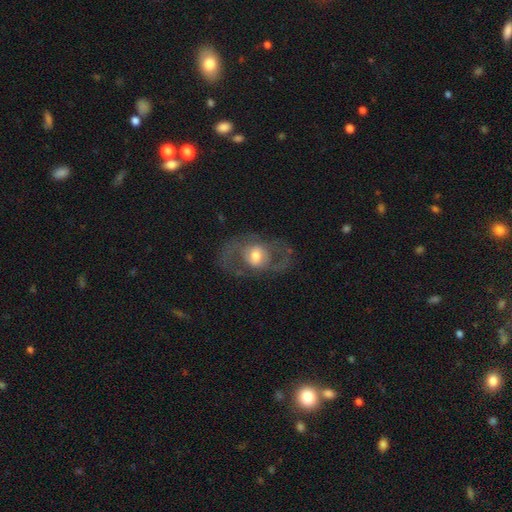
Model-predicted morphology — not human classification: Smooth or featured: featured or disk — 62% (smooth — 31%)
Edge-on disk: no — 93% (yes — 7%)
Bar: no — 53% (weak — 33%)
Spiral arms: no — 53% (yes — 47%)
Bulge size: moderate — 62% (large — 21%)
Merging: none — 67% (major disturbance — 17%)